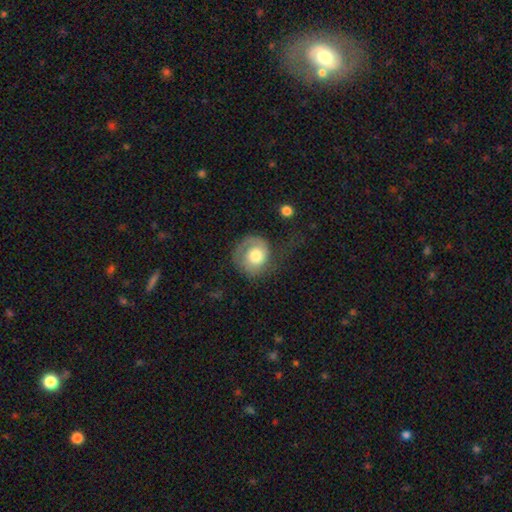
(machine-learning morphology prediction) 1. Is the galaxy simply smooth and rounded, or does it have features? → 55% featured or disk, 39% smooth, 6% star or artifact.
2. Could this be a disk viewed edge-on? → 98% no, 2% yes.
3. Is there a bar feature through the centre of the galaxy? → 81% no, 17% weak, 3% strong.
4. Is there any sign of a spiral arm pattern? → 83% yes, 17% no.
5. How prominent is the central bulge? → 53% moderate, 34% large, 8% small, 4% dominant, 2% none.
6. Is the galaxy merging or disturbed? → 50% none, 27% major disturbance, 21% minor disturbance, 2% merger.